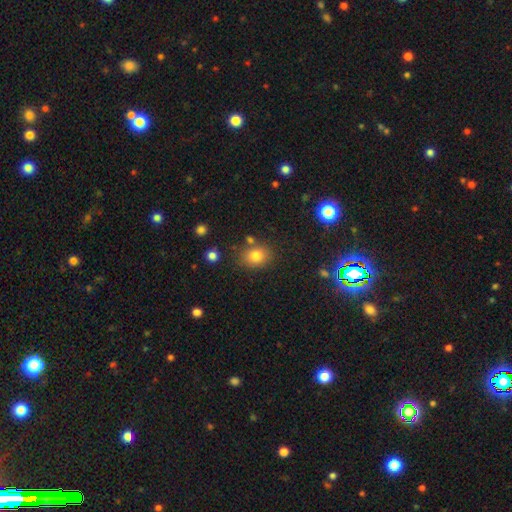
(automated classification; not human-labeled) This is likely a smooth galaxy (79%). How rounded: possibly round (53%). Merging: likely none (78%).